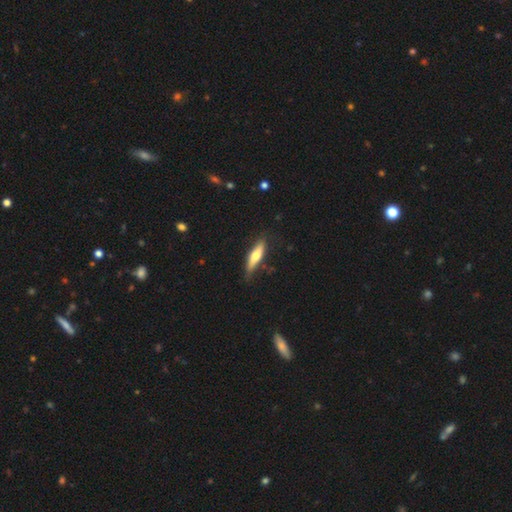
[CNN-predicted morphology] smooth_or_featured: smooth (p=0.57) [alt: featured or disk p=0.37]
how_rounded: cigar-shaped (p=0.70) [alt: in between p=0.28]
merging: none (p=0.73) [alt: minor disturbance p=0.21]